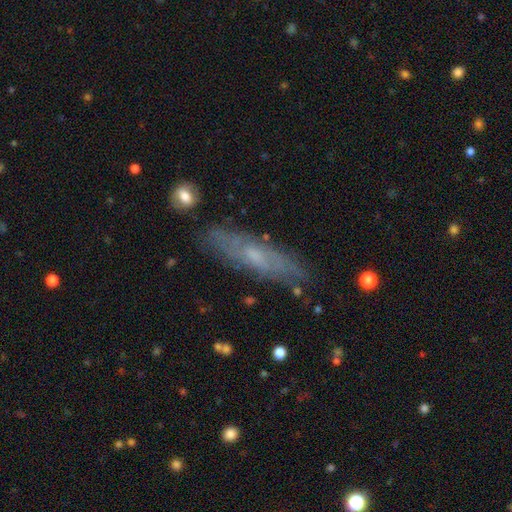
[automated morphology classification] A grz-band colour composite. It shows a featured or disk galaxy (54%). Merging: none (79%).